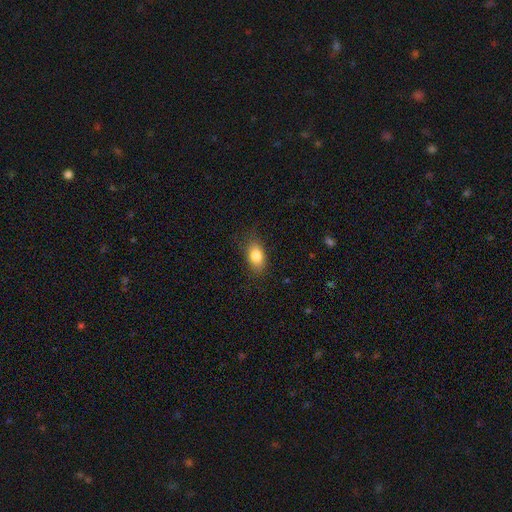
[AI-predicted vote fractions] This appears to be a smooth galaxy with no disk features (82%) that is in between round and cigar-shaped (84%). Merging: none (81%).